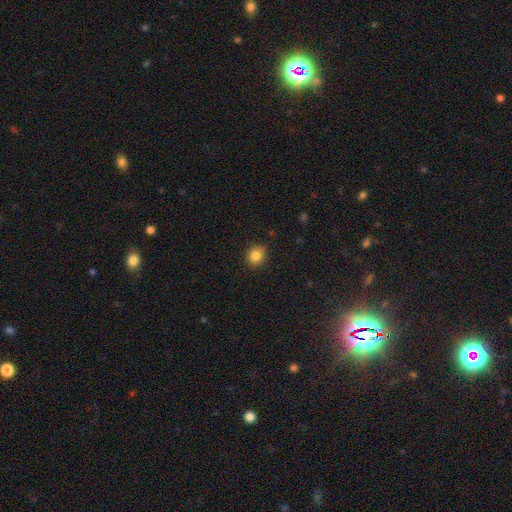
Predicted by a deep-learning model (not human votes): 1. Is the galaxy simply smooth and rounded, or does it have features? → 84% smooth, 11% star or artifact, 5% featured or disk.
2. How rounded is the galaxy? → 85% round, 15% in between, 1% cigar-shaped.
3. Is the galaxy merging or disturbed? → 88% none, 9% minor disturbance, 2% major disturbance, 1% merger.